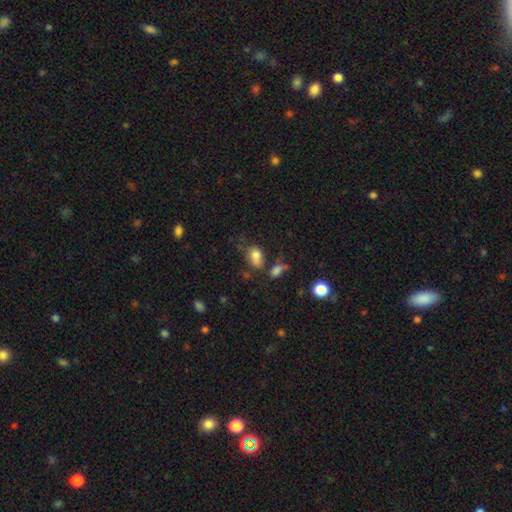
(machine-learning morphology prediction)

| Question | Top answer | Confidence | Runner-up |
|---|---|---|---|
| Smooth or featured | smooth | 77% | star or artifact (12%) |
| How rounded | in between | 78% | round (20%) |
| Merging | none | 44% | minor disturbance (24%) |